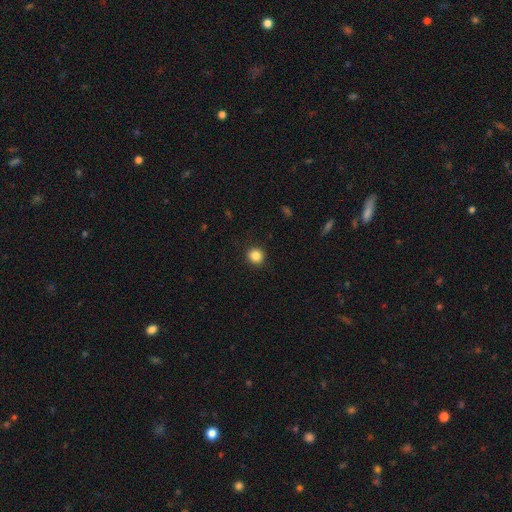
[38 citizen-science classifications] A smooth galaxy with no disk features (89%) that is round (91%). Merging: none (89%).